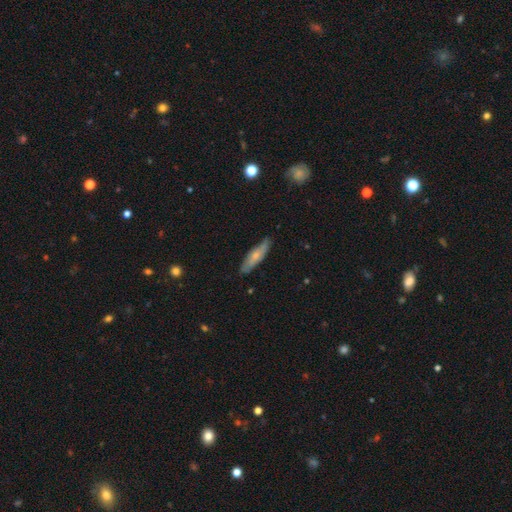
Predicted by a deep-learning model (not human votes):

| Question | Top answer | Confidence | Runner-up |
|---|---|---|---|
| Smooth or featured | smooth | 54% | featured or disk (40%) |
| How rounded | cigar-shaped | 69% | in between (29%) |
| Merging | none | 79% | minor disturbance (17%) |